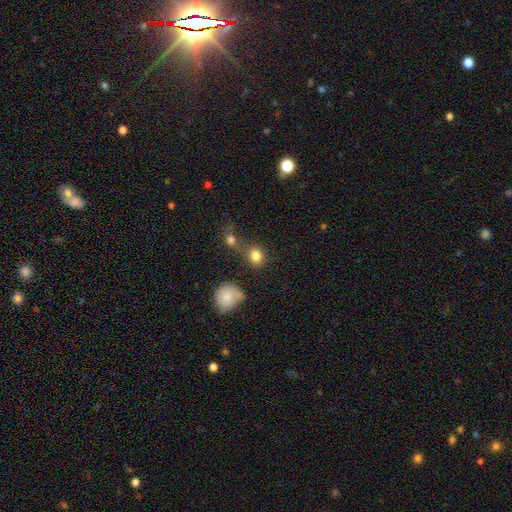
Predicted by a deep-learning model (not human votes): A smooth galaxy with no disk features (81%) that is round (67%). Merging: none (50%).